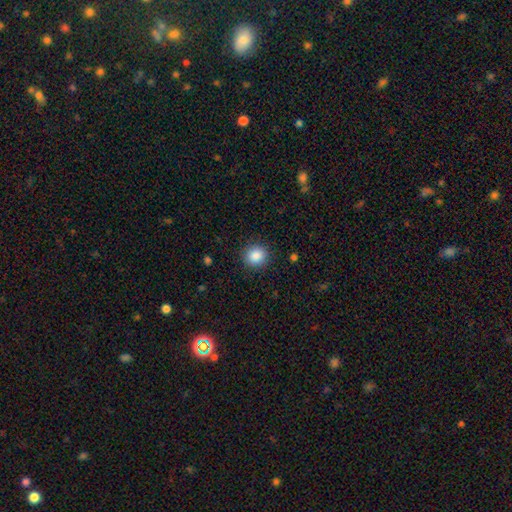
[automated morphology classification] This is clearly a smooth galaxy (87%). How rounded: clearly round (89%). Merging: clearly none (90%).